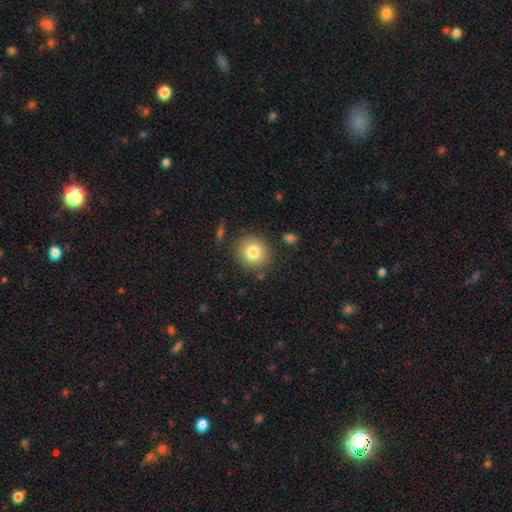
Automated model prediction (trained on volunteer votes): This is likely a smooth galaxy (80%). How rounded: clearly round (91%). Merging: clearly none (88%).